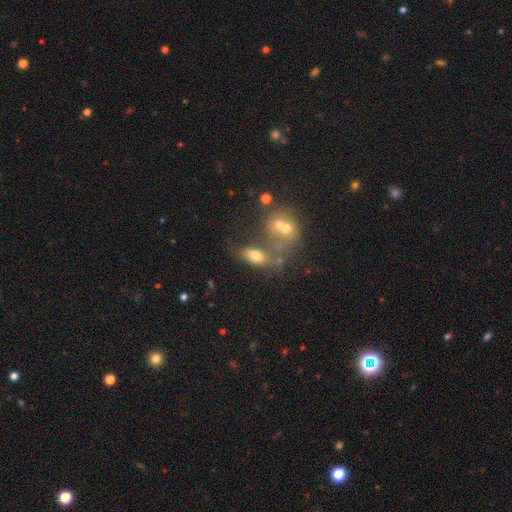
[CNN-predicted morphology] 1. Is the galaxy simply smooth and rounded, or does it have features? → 71% smooth, 16% featured or disk, 12% star or artifact.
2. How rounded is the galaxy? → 85% in between, 9% round, 6% cigar-shaped.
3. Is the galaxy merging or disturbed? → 42% none, 30% merger, 16% minor disturbance, 12% major disturbance.